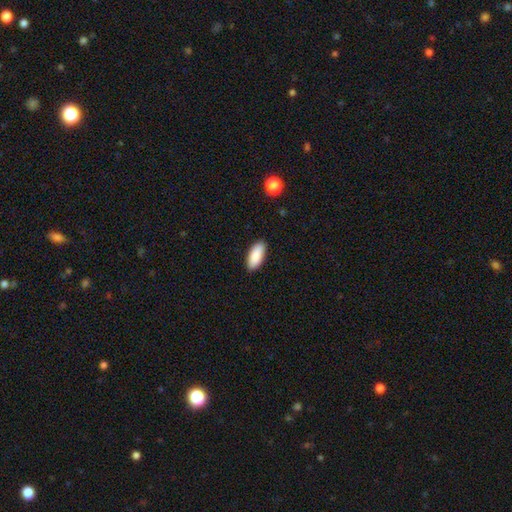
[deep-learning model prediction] smooth-or-featured: smooth: 90% | star or artifact: 6% | featured or disk: 4%
  how-rounded: in between: 88% | cigar-shaped: 11% | round: 2%
  merging: none: 89% | minor disturbance: 8% | major disturbance: 2% | merger: 1%